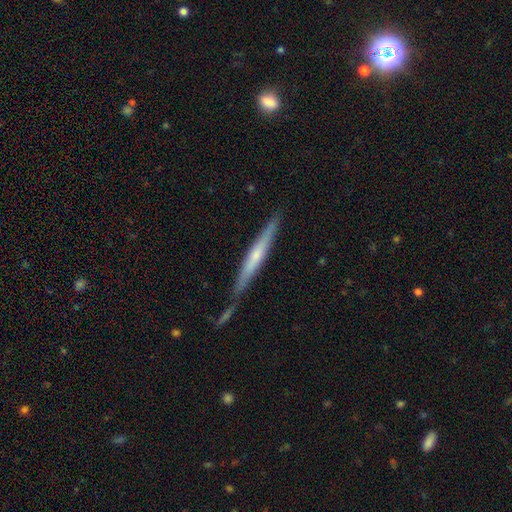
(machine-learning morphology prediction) type=featured or disk (54%); edge-on=yes (95%); edge-on bulge=none (46%); merging=none (69%).